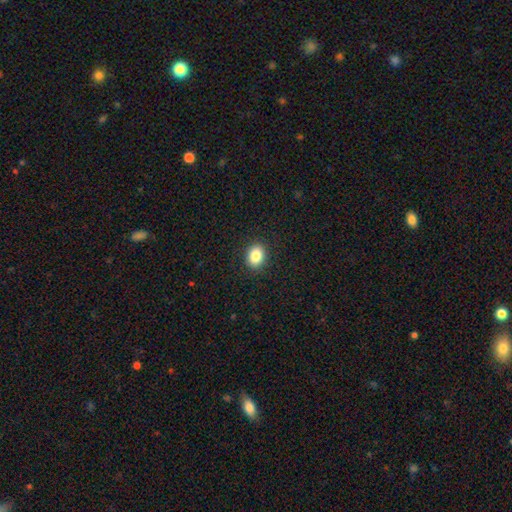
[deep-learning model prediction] Morphology: type=smooth (86%); roundness=in between (60%); merging=none (90%).